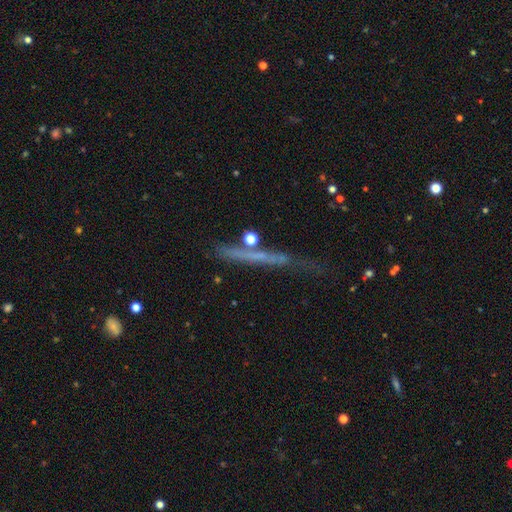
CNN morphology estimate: Q: Smooth or featured?
A: featured or disk (52%); runner-up: smooth (33%)
Q: Edge-on disk?
A: yes (86%); runner-up: no (14%)
Q: Merging?
A: none (60%); runner-up: minor disturbance (20%)